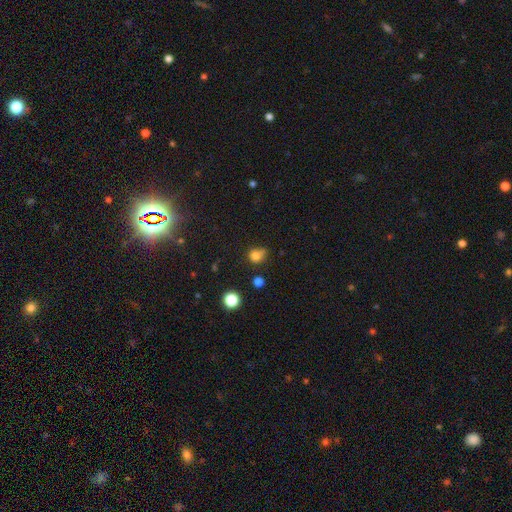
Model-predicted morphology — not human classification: The model was most divided on "merging": none: 46%, minor disturbance: 29%, merger: 13%, major disturbance: 12%. More confident: smooth or featured — smooth (77%); how rounded — round (73%).